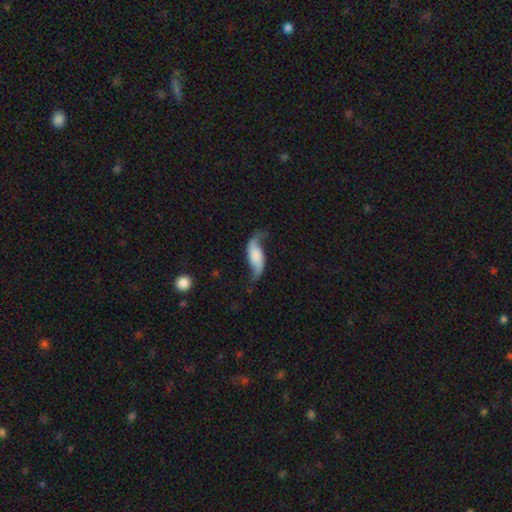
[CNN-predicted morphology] Q: Smooth or featured?
A: featured or disk (76%); runner-up: smooth (18%)
Q: Edge-on disk?
A: no (92%); runner-up: yes (8%)
Q: Bar?
A: no (59%); runner-up: weak (27%)
Q: Spiral arms?
A: yes (95%); runner-up: no (5%)
Q: Spiral winding?
A: loose (88%); runner-up: medium (9%)
Q: Spiral arm count?
A: 2 (93%); runner-up: 1 (3%)
Q: Bulge size?
A: none (44%); runner-up: small (17%)
Q: Merging?
A: none (66%); runner-up: minor disturbance (19%)